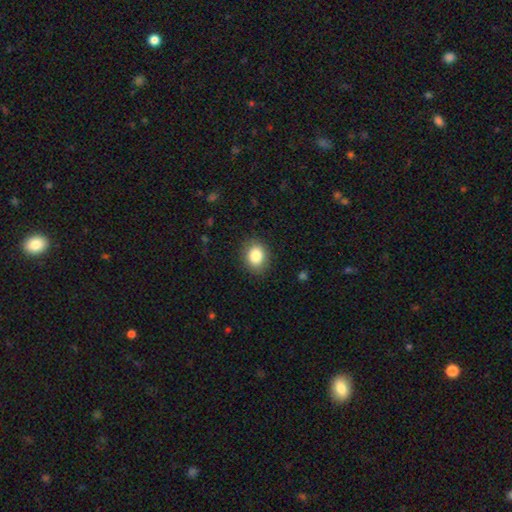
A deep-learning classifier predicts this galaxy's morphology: type=smooth (85%); roundness=round (51%); merging=none (87%).